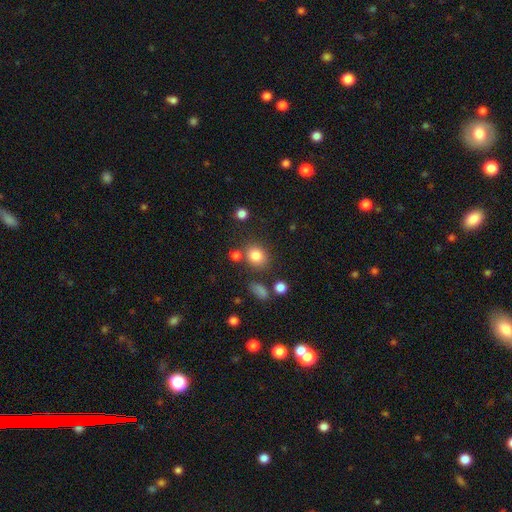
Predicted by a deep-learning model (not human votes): This is clearly a smooth galaxy (82%). How rounded: likely round (66%). Merging: likely none (72%).